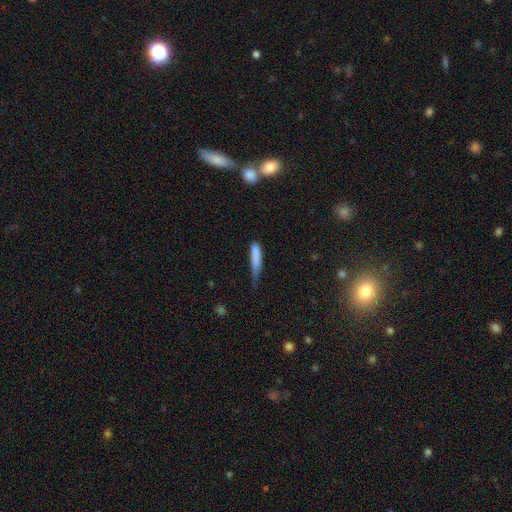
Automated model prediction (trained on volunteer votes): A smooth galaxy with no disk features (81%) that is cigar-shaped (83%). Merging: minor disturbance (44%).